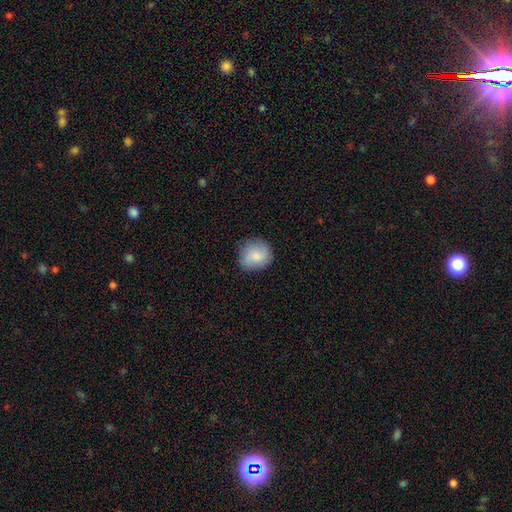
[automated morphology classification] This is likely a smooth galaxy (79%). How rounded: clearly round (83%). Merging: likely none (80%).